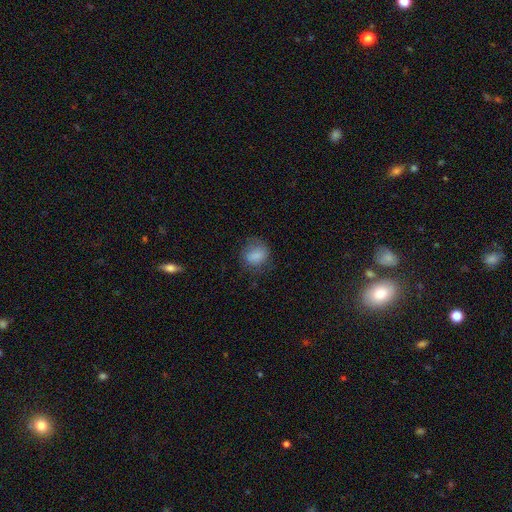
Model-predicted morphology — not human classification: smooth_or_featured: smooth (p=0.80) [alt: featured or disk p=0.11]
how_rounded: round (p=0.55) [alt: in between p=0.44]
merging: none (p=0.66) [alt: minor disturbance p=0.22]